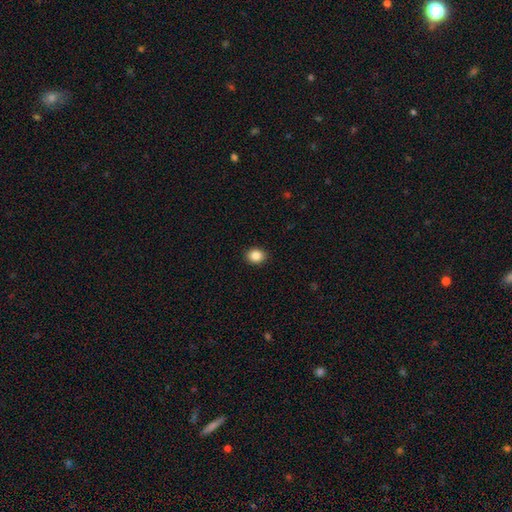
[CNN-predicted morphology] Smooth or featured: smooth — 86% (star or artifact — 10%)
How rounded: round — 65% (in between — 34%)
Merging: none — 92% (minor disturbance — 6%)